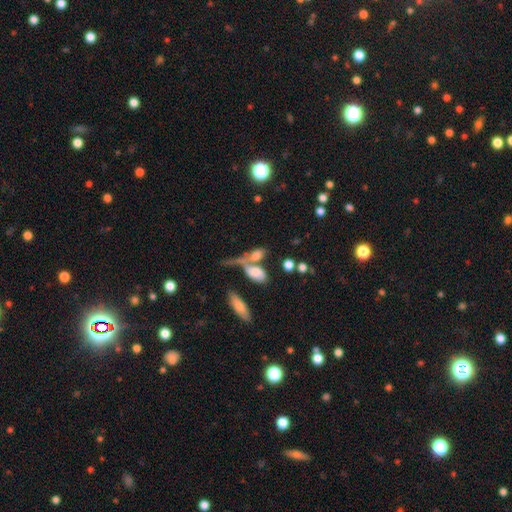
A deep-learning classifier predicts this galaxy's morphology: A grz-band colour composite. It shows a smooth galaxy with no disk features (70%) that is in between round and cigar-shaped (78%). Merging: merger (52%).